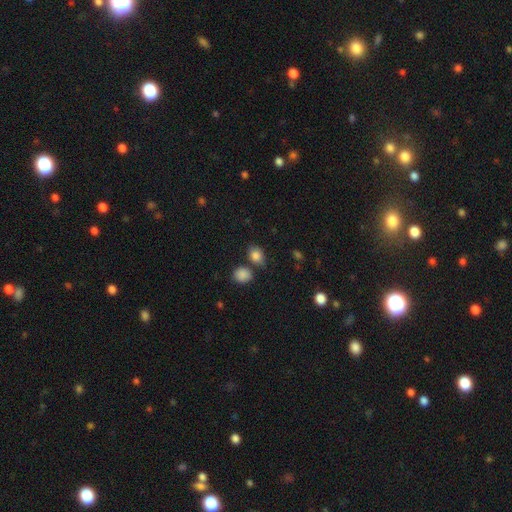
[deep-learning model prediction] The model was most divided on "how rounded": in between: 59%, round: 39%, cigar-shaped: 1%. More confident: smooth or featured — smooth (84%); merging — none (65%).